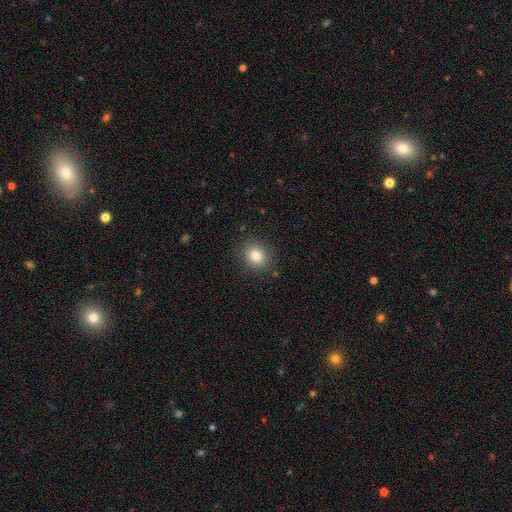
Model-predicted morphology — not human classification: Smooth or featured? smooth (82%)
How rounded? round (71%)
Merging? none (87%)